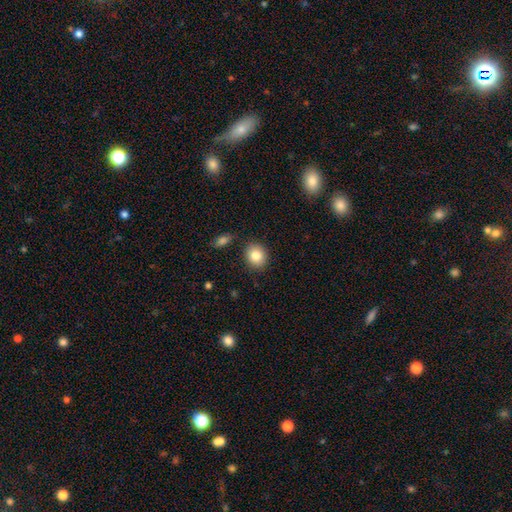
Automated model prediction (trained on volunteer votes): Smooth or featured: smooth — 83% (star or artifact — 9%)
How rounded: round — 70% (in between — 29%)
Merging: none — 86% (minor disturbance — 9%)